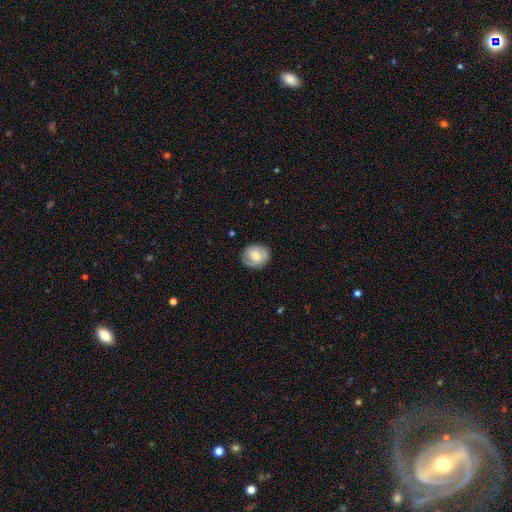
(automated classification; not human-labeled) Smooth or featured: smooth — 57% (featured or disk — 36%)
How rounded: round — 66% (in between — 34%)
Merging: none — 79% (minor disturbance — 16%)